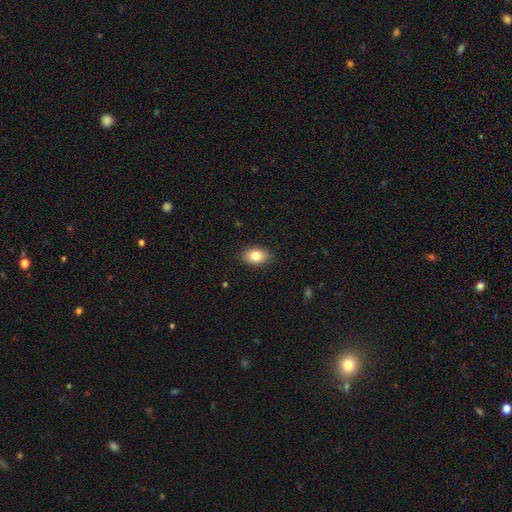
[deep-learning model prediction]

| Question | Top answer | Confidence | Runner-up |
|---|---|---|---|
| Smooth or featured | smooth | 82% | featured or disk (10%) |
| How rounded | in between | 81% | round (18%) |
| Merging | none | 88% | minor disturbance (9%) |